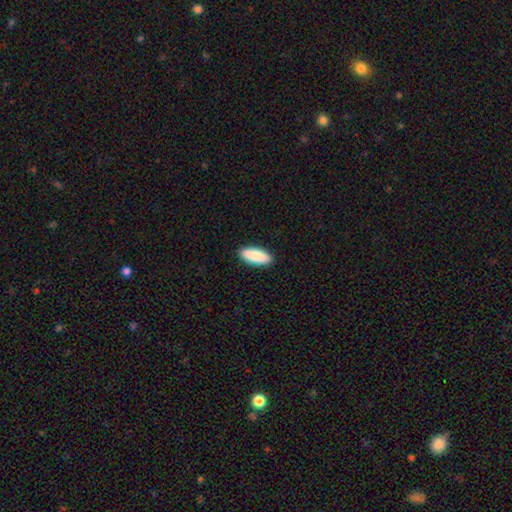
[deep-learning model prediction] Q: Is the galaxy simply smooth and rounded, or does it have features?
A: smooth — 90%.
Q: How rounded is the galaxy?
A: in between — 75%.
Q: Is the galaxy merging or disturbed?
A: none — 91%.